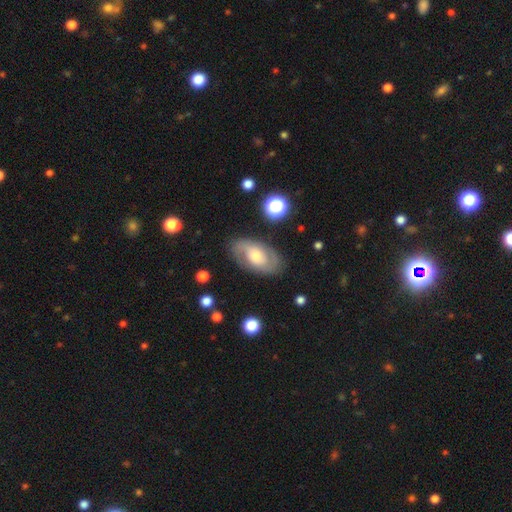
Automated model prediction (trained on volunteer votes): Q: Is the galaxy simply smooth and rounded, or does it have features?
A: featured or disk — 70%.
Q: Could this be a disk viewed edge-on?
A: no — 94%.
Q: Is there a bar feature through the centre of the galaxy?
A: no — 64%.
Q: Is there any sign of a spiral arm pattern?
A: yes — 82%.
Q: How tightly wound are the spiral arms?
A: medium — 43%.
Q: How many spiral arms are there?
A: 2 — 75%.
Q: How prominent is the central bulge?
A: moderate — 51%.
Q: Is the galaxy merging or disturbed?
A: none — 79%.